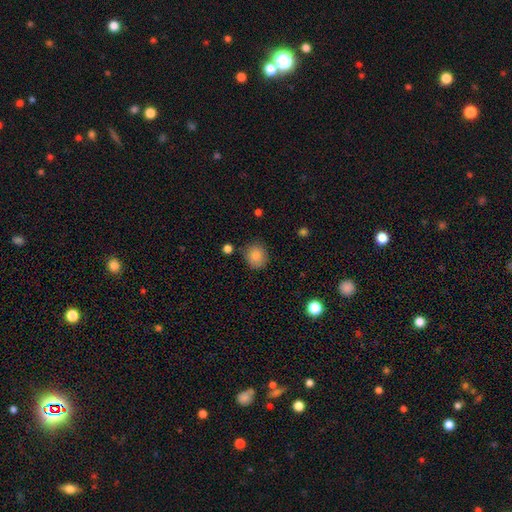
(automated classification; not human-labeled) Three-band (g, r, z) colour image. It shows a smooth galaxy with no disk features (85%) that is round (84%). Merging: none (82%).